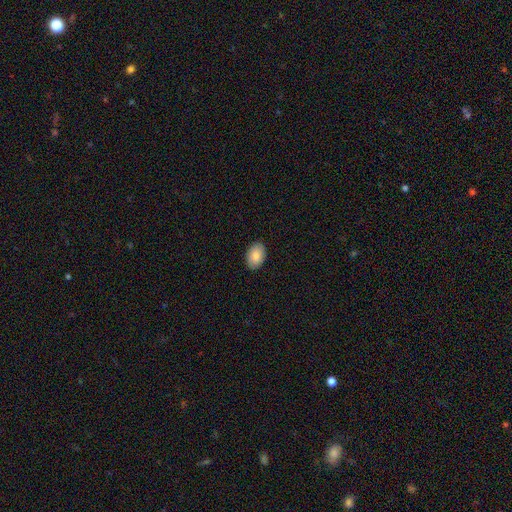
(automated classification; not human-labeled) Q: Smooth or featured?
A: smooth (86%); runner-up: featured or disk (8%)
Q: How rounded?
A: in between (89%); runner-up: round (10%)
Q: Merging?
A: none (89%); runner-up: minor disturbance (8%)